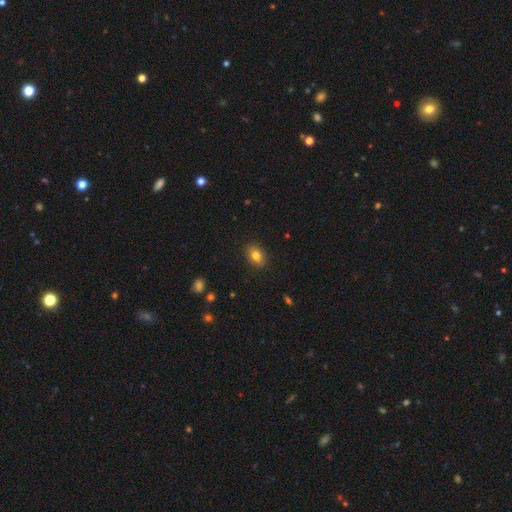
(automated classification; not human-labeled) This is likely a smooth galaxy (79%). How rounded: likely in between (78%). Merging: clearly none (88%).